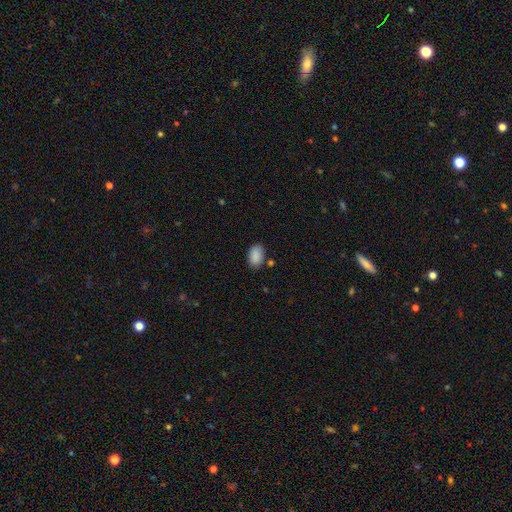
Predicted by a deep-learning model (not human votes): The model was most divided on "merging": none: 81%, minor disturbance: 12%, merger: 4%, major disturbance: 3%. More confident: how rounded — in between (90%); smooth or featured — smooth (89%).